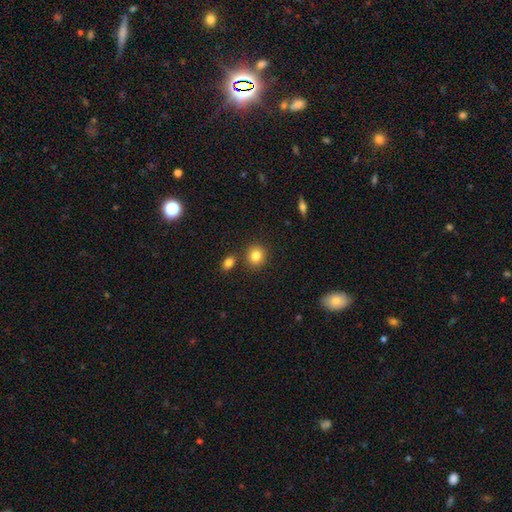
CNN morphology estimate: A smooth galaxy with no disk features (84%) that is round (83%). Merging: none (83%).